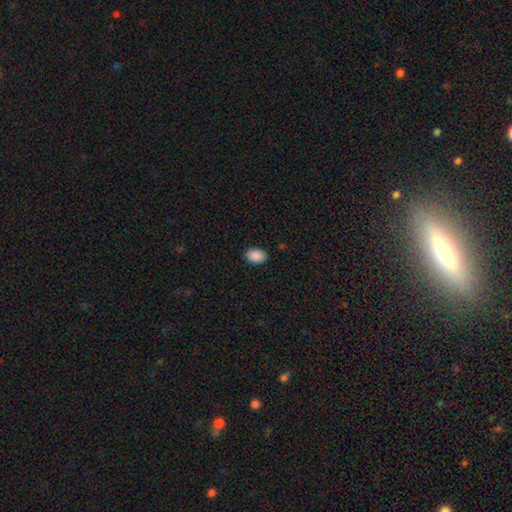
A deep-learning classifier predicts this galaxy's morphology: smooth_or_featured: smooth (p=0.90) [alt: star or artifact p=0.07]
how_rounded: in between (p=0.81) [alt: round p=0.18]
merging: none (p=0.88) [alt: minor disturbance p=0.09]